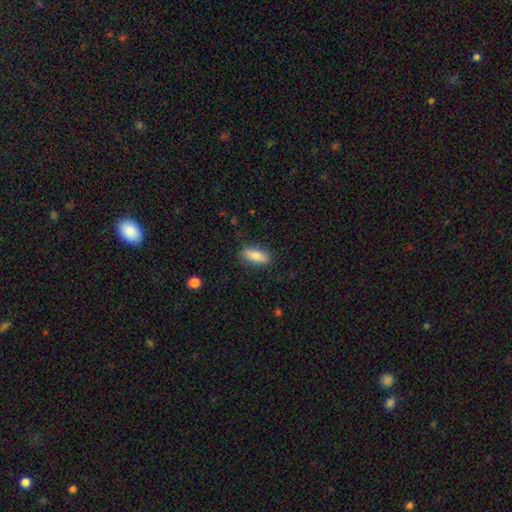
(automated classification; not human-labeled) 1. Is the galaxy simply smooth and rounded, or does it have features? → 86% smooth, 8% featured or disk, 7% star or artifact.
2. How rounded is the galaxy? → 74% in between, 23% cigar-shaped, 2% round.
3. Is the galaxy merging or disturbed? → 85% none, 10% minor disturbance, 3% major disturbance, 1% merger.